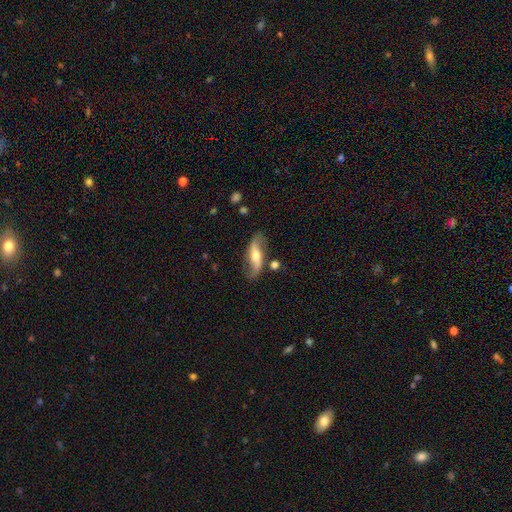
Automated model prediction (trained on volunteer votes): smooth_or_featured: featured or disk (p=0.75) [alt: smooth p=0.19]
disk_edge_on: no (p=0.82) [alt: yes p=0.18]
bar: no (p=0.36) [alt: strong p=0.35]
has_spiral_arms: yes (p=0.89) [alt: no p=0.11]
spiral_winding: loose (p=0.78) [alt: medium p=0.16]
spiral_arm_count: 2 (p=0.91) [alt: can't tell p=0.03]
bulge_size: moderate (p=0.65) [alt: small p=0.24]
merging: none (p=0.74) [alt: minor disturbance p=0.16]